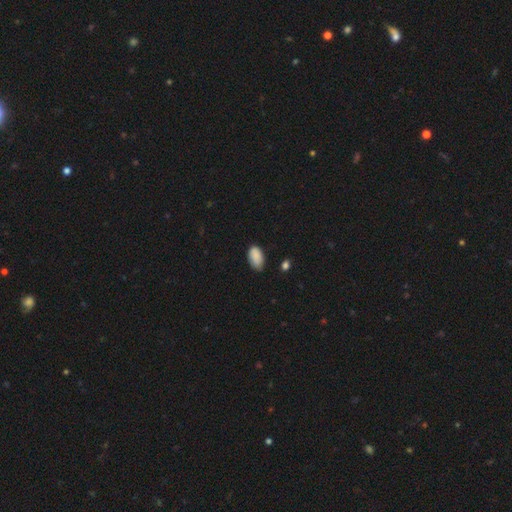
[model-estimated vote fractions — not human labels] This is clearly a smooth galaxy (87%). How rounded: clearly in between (94%). Merging: likely none (63%).